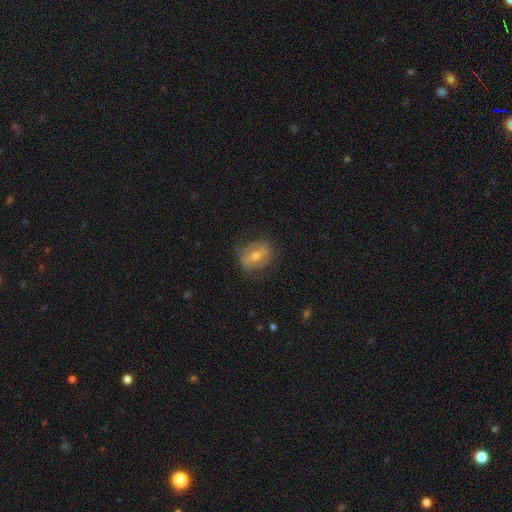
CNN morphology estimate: The model was most divided on "smooth or featured": smooth: 46%, featured or disk: 45%, star or artifact: 9%. More confident: merging — none (72%).